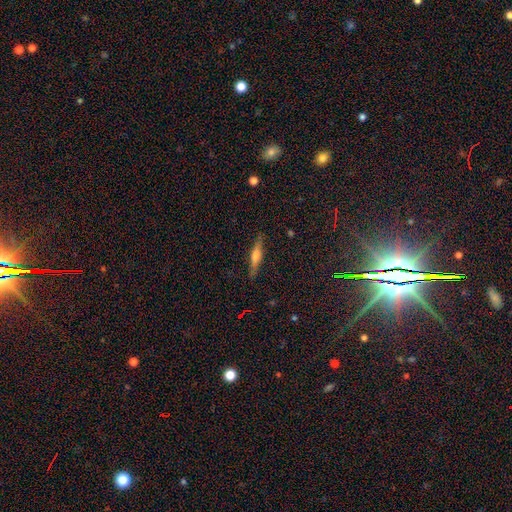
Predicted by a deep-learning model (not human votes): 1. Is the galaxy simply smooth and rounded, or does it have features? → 56% featured or disk, 36% smooth, 8% star or artifact.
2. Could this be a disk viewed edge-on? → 95% yes, 5% no.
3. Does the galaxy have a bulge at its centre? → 77% rounded, 13% boxy, 11% none.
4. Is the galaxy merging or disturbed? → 87% none, 10% minor disturbance, 2% major disturbance, 1% merger.